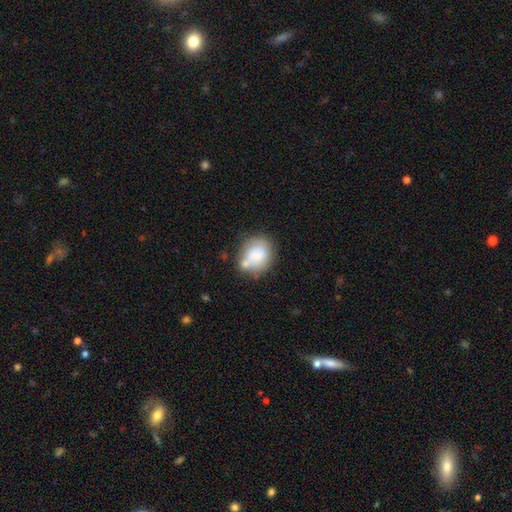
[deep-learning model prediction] A smooth galaxy with no disk features (64%) that is round (63%). Merging: none (48%).